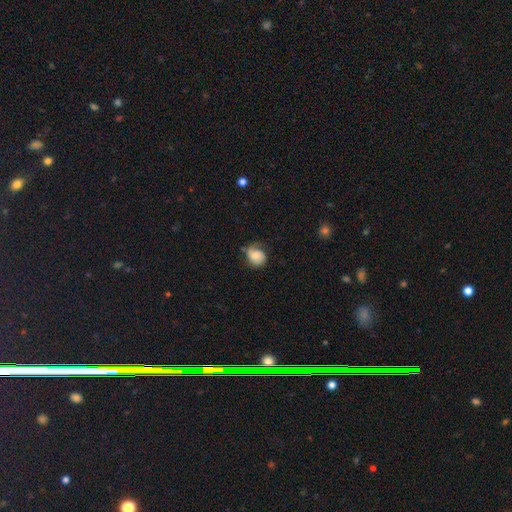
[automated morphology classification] A smooth galaxy with no disk features (66%) that is round (60%). Merging: none (50%).